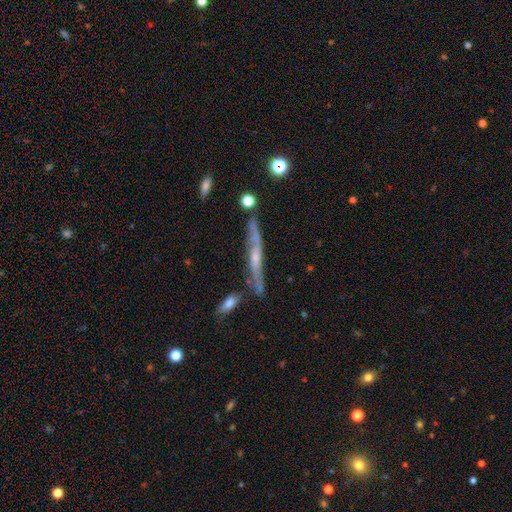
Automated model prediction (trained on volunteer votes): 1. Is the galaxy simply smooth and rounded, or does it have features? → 69% featured or disk, 23% smooth, 7% star or artifact.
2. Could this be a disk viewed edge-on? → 82% yes, 18% no.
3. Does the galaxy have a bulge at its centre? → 51% rounded, 42% none, 7% boxy.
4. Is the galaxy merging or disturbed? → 68% none, 19% minor disturbance, 7% merger, 5% major disturbance.